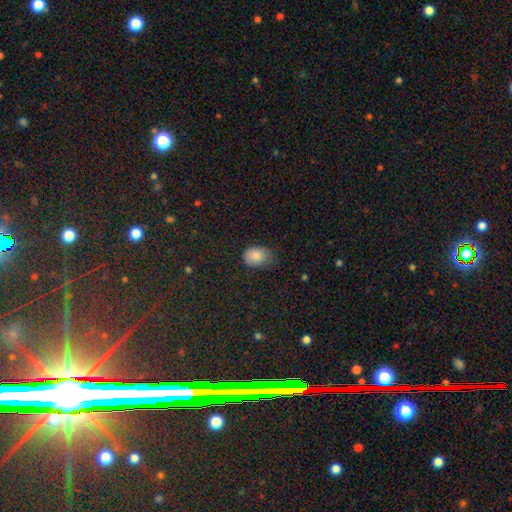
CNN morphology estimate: smooth 85%, star or artifact 9%, featured or disk 6%. Down the decision tree: how rounded — in between (68%); merging — none (53%).